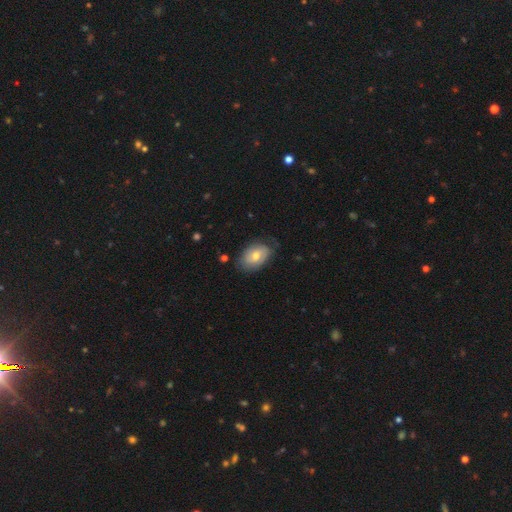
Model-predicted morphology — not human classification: Overall: smooth (61%; featured or disk 33%). How rounded: in between (87%). Merging: none (67%).